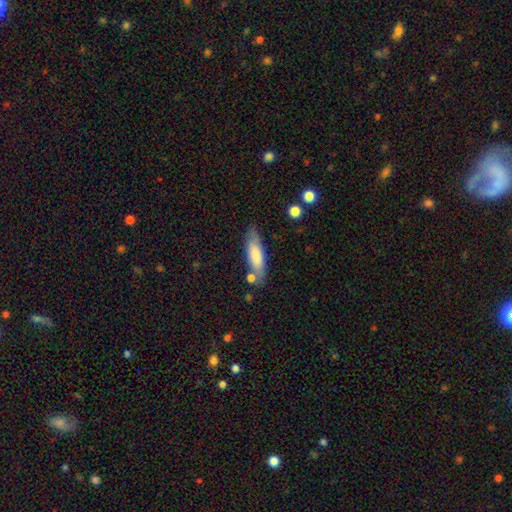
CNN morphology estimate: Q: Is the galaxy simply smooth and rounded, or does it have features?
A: smooth — 74%.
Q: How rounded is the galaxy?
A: cigar-shaped — 56%.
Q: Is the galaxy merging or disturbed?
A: none — 69%.